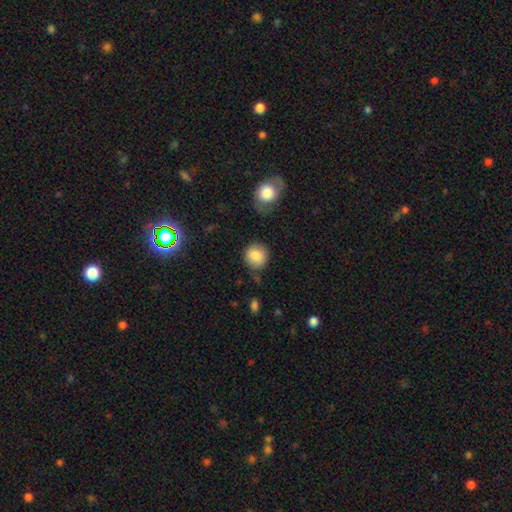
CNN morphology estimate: Smooth or featured? smooth (84%)
How rounded? round (86%)
Merging? none (74%)